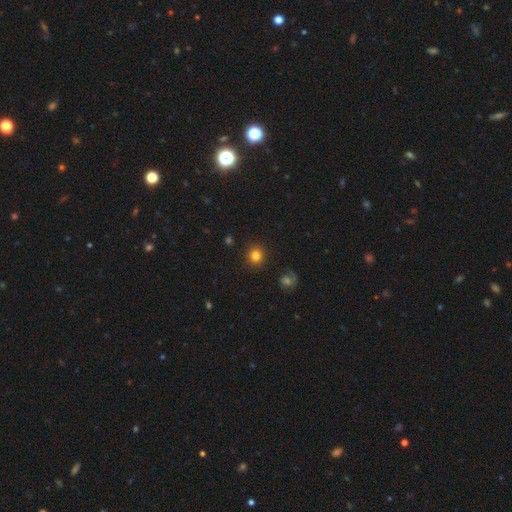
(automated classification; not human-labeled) Smooth or featured? smooth (82%)
How rounded? round (93%)
Merging? none (91%)